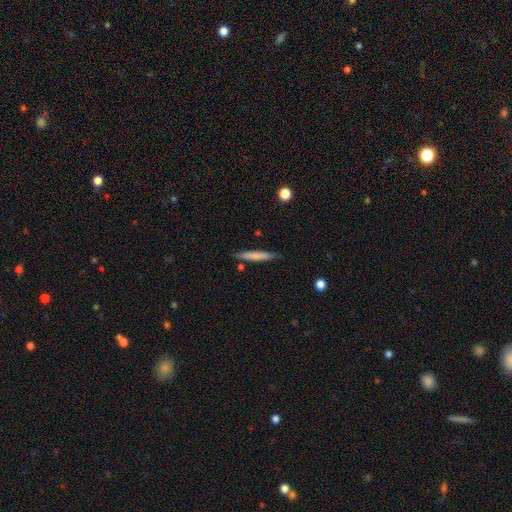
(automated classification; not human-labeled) Overall: smooth (71%). How rounded: cigar-shaped (94%). Merging: none (84%).